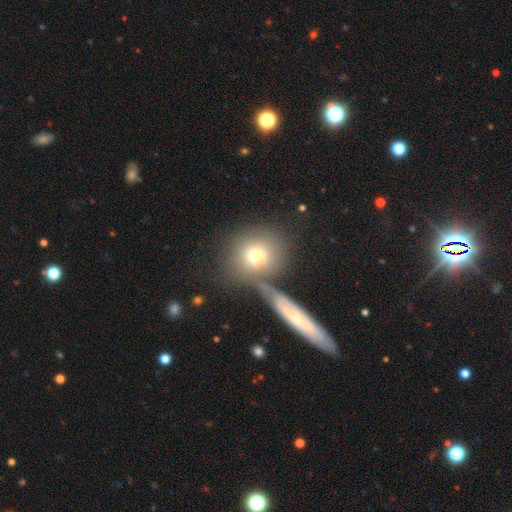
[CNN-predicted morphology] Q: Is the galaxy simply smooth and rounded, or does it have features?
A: smooth — 69%.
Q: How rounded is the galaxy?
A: round — 81%.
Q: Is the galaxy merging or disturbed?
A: none — 56%.